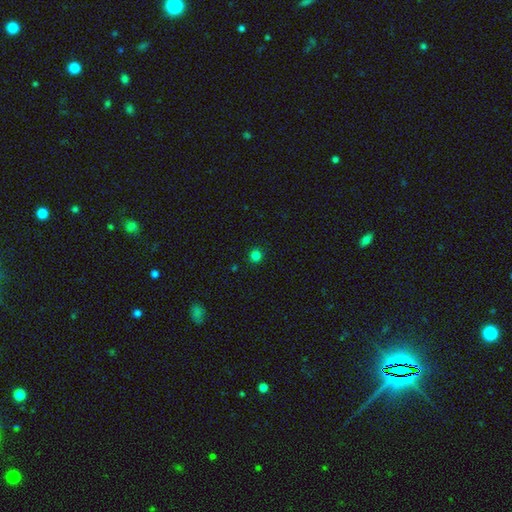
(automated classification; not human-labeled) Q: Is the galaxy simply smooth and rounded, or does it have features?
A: smooth — 81%.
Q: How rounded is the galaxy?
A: round — 93%.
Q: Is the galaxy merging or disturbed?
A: none — 92%.